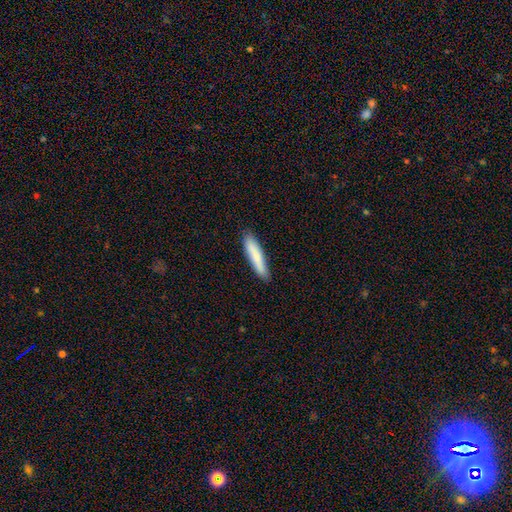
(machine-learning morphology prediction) Q: Smooth or featured?
A: smooth (83%); runner-up: featured or disk (12%)
Q: How rounded?
A: cigar-shaped (86%); runner-up: in between (13%)
Q: Merging?
A: none (86%); runner-up: minor disturbance (11%)